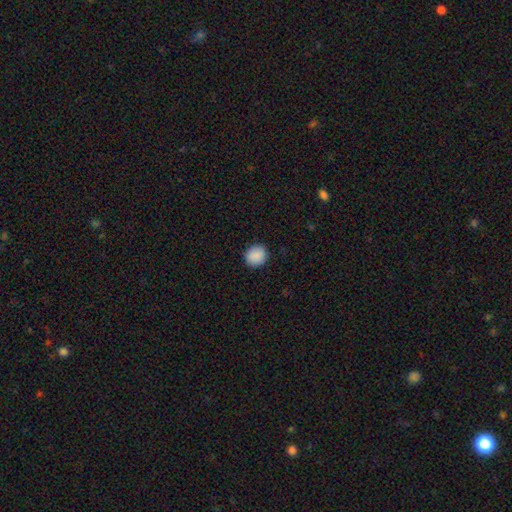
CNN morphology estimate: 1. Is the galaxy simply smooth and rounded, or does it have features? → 90% smooth, 8% star or artifact, 3% featured or disk.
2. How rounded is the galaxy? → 81% round, 18% in between, 1% cigar-shaped.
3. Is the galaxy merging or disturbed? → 90% none, 7% minor disturbance, 2% major disturbance, 1% merger.